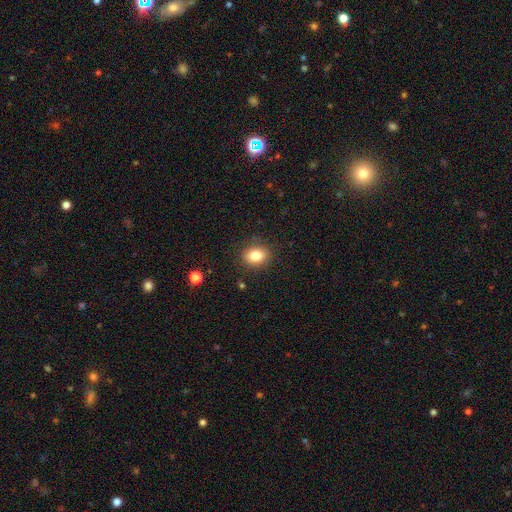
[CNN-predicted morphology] The model was most divided on "how rounded": in between: 55%, round: 44%, cigar-shaped: 1%. More confident: merging — none (87%); smooth or featured — smooth (81%).